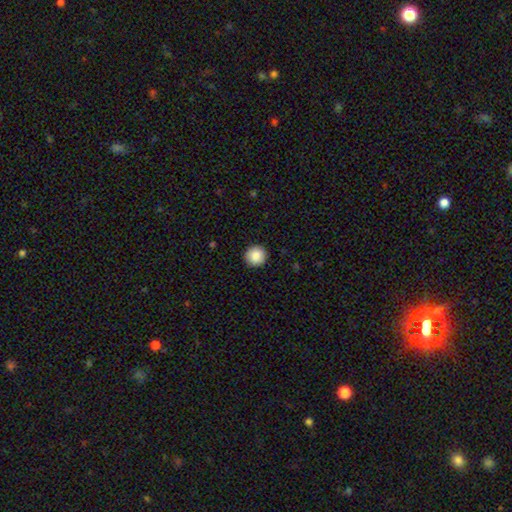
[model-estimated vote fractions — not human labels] This is clearly a smooth galaxy (88%). How rounded: clearly round (96%). Merging: clearly none (92%).